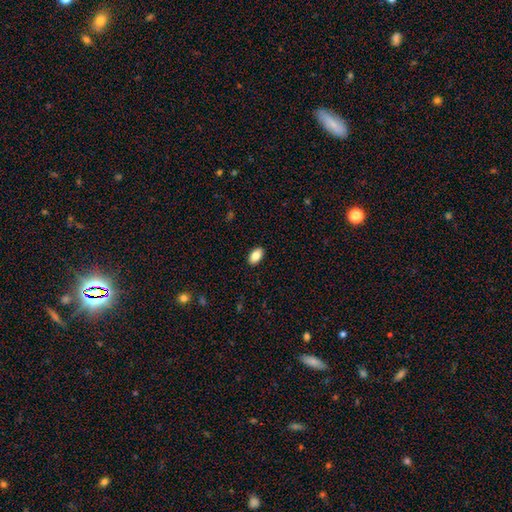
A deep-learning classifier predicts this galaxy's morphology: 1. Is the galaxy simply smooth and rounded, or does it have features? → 83% smooth, 9% featured or disk, 7% star or artifact.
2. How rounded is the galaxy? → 92% in between, 6% round, 2% cigar-shaped.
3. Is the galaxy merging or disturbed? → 90% none, 8% minor disturbance, 2% major disturbance, 1% merger.